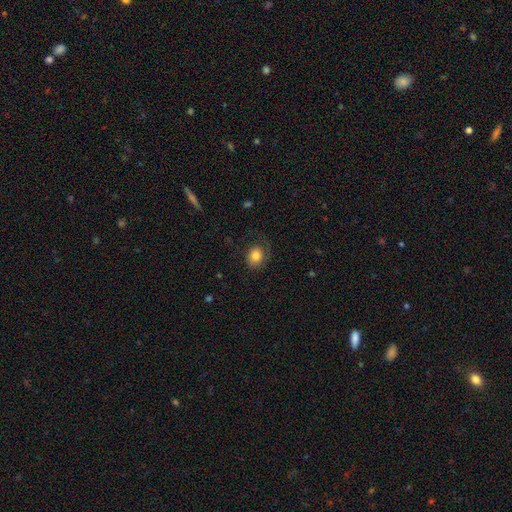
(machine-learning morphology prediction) This is likely a smooth galaxy (74%). How rounded: possibly round (54%). Merging: likely none (62%).